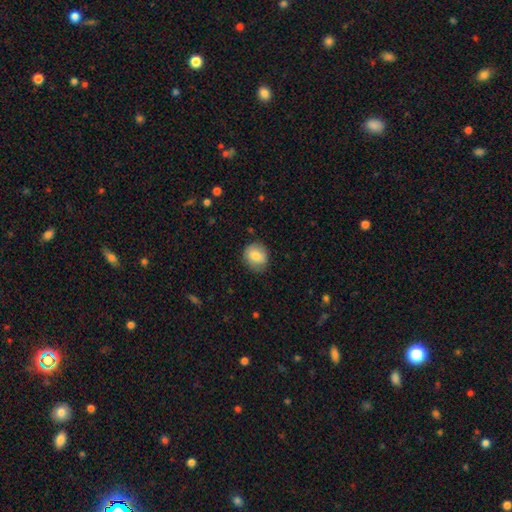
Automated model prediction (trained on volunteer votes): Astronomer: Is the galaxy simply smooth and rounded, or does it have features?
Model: smooth — 80%.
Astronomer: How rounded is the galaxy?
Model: round — 75%.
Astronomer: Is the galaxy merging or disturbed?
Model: none — 81%.